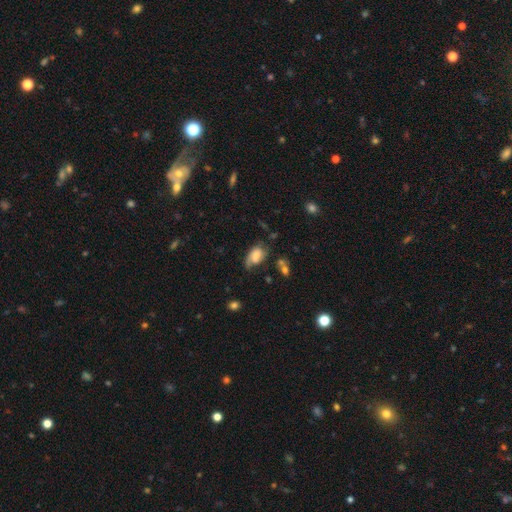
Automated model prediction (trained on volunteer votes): Smooth or featured? smooth (50%)
Merging? none (40%)